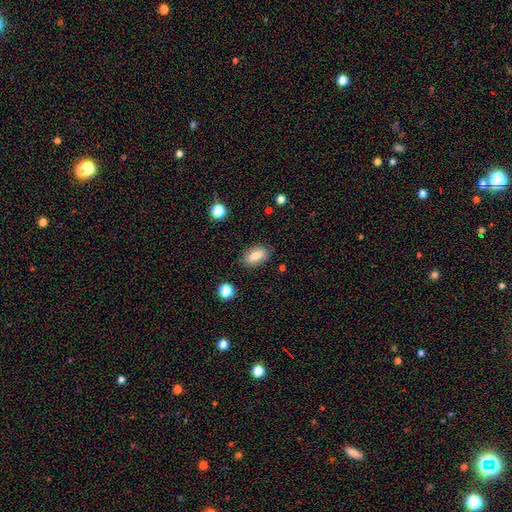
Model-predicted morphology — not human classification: Smooth or featured? smooth (81%)
How rounded? in between (88%)
Merging? none (84%)